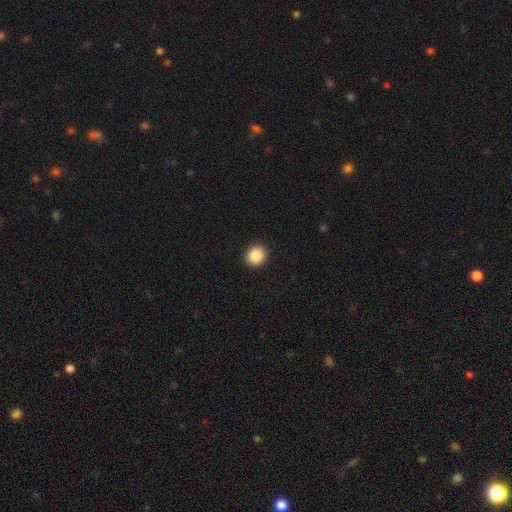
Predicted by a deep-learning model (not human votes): smooth 88%, star or artifact 9%, featured or disk 3%. Down the decision tree: how rounded — round (81%); merging — none (92%).